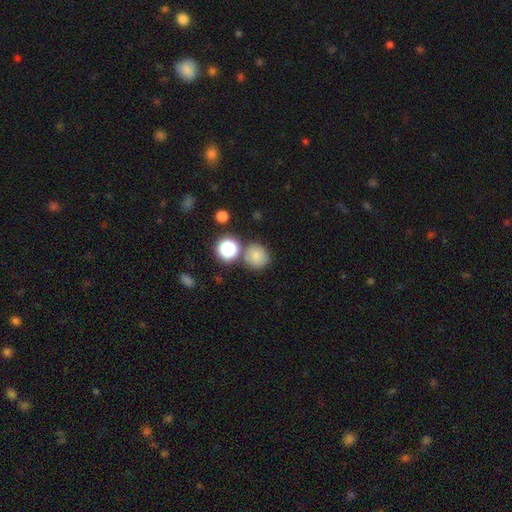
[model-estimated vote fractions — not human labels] Smooth or featured: smooth — 77% (star or artifact — 15%)
How rounded: round — 87% (in between — 12%)
Merging: none — 72% (merger — 13%)